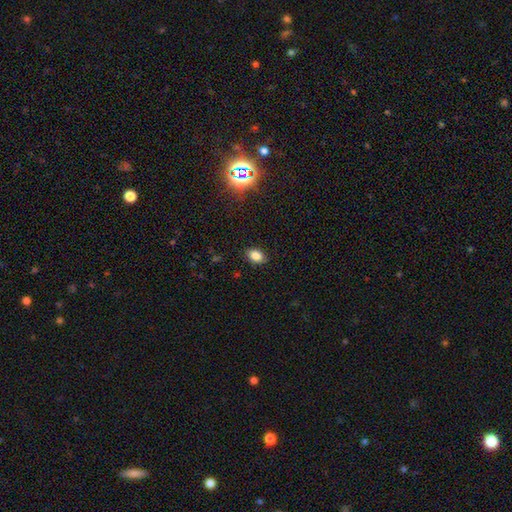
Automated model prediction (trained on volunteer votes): smooth_or_featured: smooth (p=0.83) [alt: star or artifact p=0.11]
how_rounded: in between (p=0.80) [alt: round p=0.18]
merging: none (p=0.86) [alt: minor disturbance p=0.10]